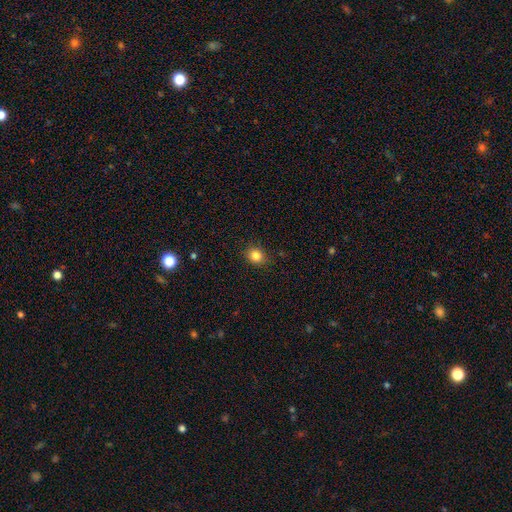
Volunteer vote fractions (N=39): This is clearly a smooth galaxy (90%). How rounded: likely round (77%). Merging: clearly none (83%).